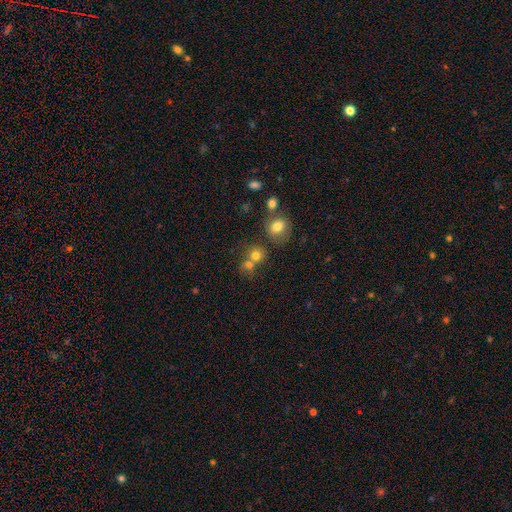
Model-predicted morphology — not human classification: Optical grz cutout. It shows a smooth galaxy with no disk features (74%) that is round (81%). Merging: none (49%).